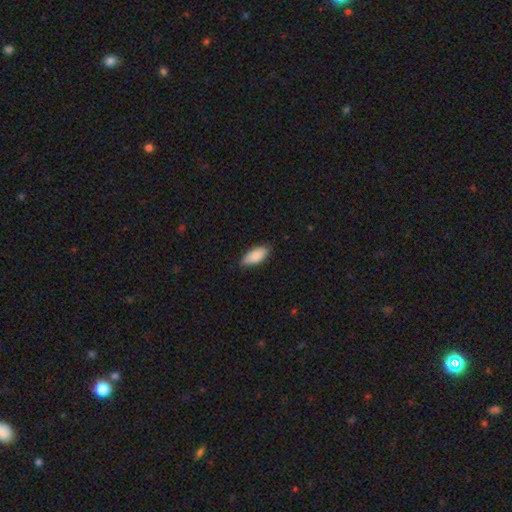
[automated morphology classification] Q: Smooth or featured?
A: smooth (88%); runner-up: featured or disk (7%)
Q: How rounded?
A: in between (87%); runner-up: cigar-shaped (11%)
Q: Merging?
A: none (80%); runner-up: minor disturbance (17%)